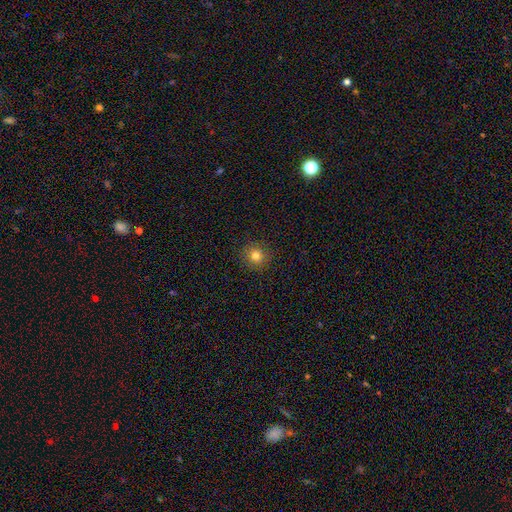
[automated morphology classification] A smooth galaxy with no disk features (80%) that is round (93%).

Vote fractions:
- Smooth or featured? smooth: 80% / star or artifact: 13% / featured or disk: 7%
- How rounded? round: 93% / in between: 6% / cigar-shaped: 1%
- Merging? none: 90% / minor disturbance: 7% / major disturbance: 2% / merger: 1%